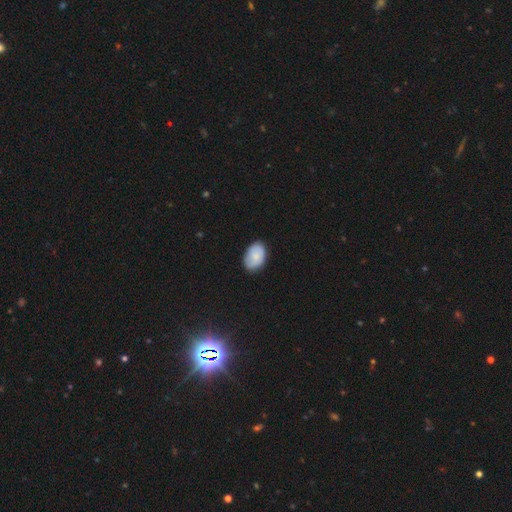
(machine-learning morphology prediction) smooth 80%, featured or disk 13%, star or artifact 7%. Down the decision tree: how rounded — in between (88%); merging — none (80%).